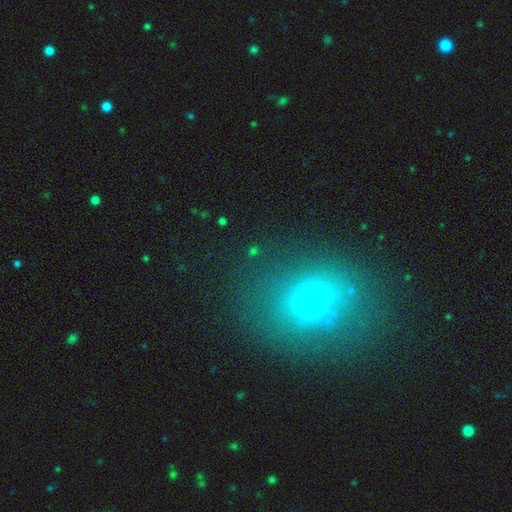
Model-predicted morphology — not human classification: Smooth or featured? Predicted: smooth (p=0.54). How rounded? Predicted: in between (p=0.51). Merging? Predicted: none (p=0.58).